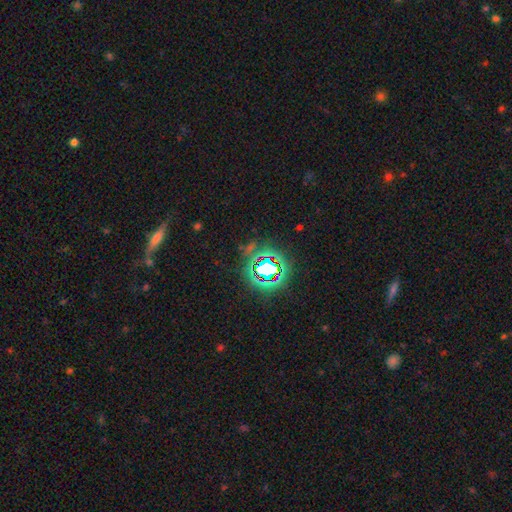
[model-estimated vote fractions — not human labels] Smooth or featured?
  - star or artifact: 73% *
  - smooth: 15%
  - featured or disk: 13%